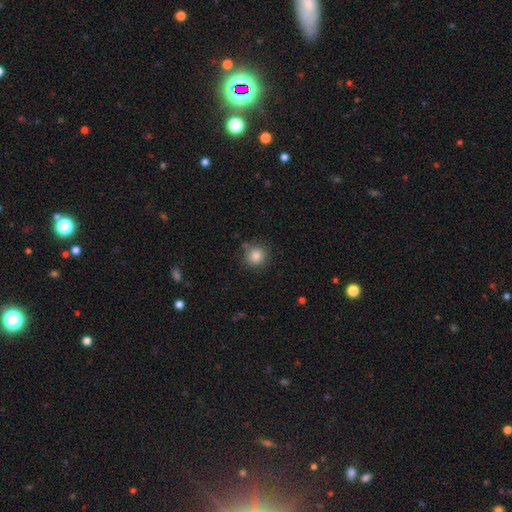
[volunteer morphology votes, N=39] This appears to be a smooth galaxy with no disk features (87%) that is round (100%). Merging: none (83%).